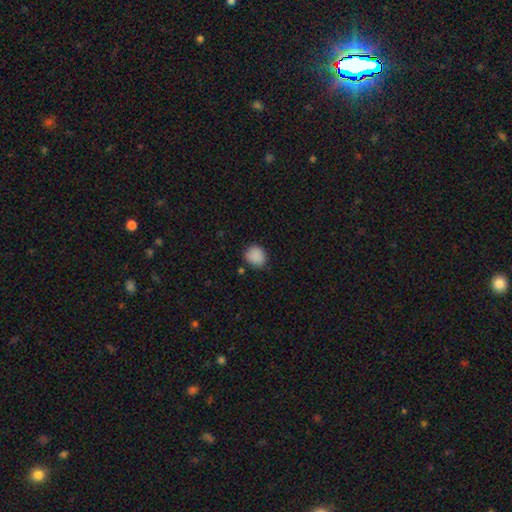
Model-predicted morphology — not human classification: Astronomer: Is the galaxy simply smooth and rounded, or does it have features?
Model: smooth — 88%.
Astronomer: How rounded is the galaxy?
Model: round — 76%.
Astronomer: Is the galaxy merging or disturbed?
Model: none — 81%.